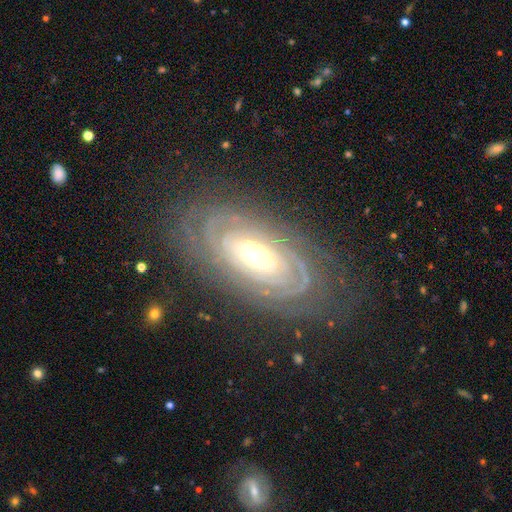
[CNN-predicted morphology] Smooth or featured?
  - featured or disk: 85% *
  - smooth: 10%
  - star or artifact: 6%
Edge-on disk?
  - no: 92% *
  - yes: 8%
Bar?
  - no: 69% *
  - weak: 18%
  - strong: 13%
Spiral arms?
  - yes: 93% *
  - no: 7%
Spiral winding?
  - tight: 83% *
  - medium: 13%
  - loose: 4%
Spiral arm count?
  - can't tell: 40% *
  - 2: 19%
  - 3: 13%
  - more than 4: 11%
  - 4: 11%
  - 1: 6%
Bulge size?
  - moderate: 61% *
  - small: 24%
  - large: 12%
  - dominant: 2%
  - none: 1%
Merging?
  - none: 77% *
  - minor disturbance: 15%
  - major disturbance: 7%
  - merger: 1%